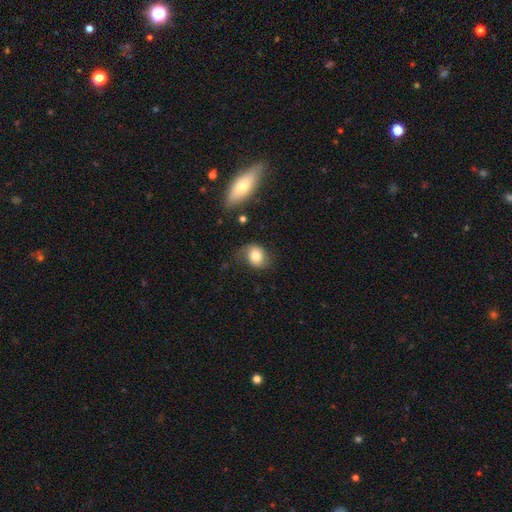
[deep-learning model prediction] Smooth or featured?
  - smooth: 75% *
  - featured or disk: 16%
  - star or artifact: 8%
How rounded?
  - in between: 54% *
  - round: 45%
  - cigar-shaped: 1%
Merging?
  - none: 58% *
  - minor disturbance: 28%
  - major disturbance: 11%
  - merger: 3%